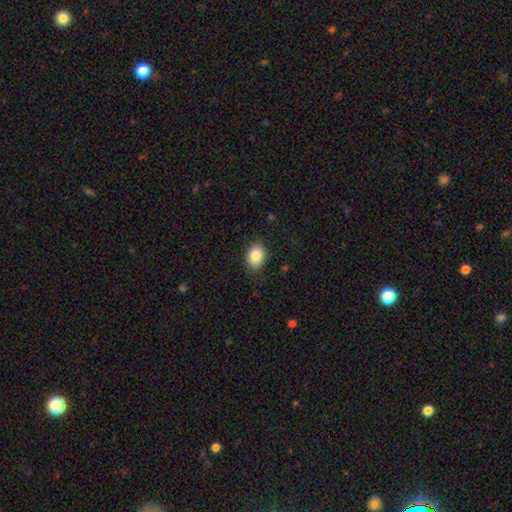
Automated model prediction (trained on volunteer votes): Smooth or featured: smooth — 85% (star or artifact — 8%)
How rounded: in between — 72% (round — 27%)
Merging: none — 83% (minor disturbance — 13%)